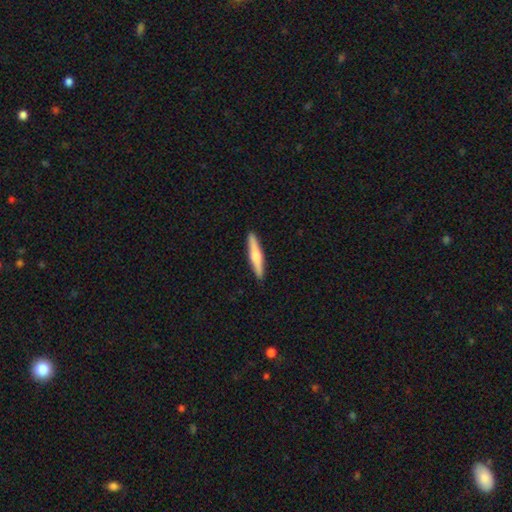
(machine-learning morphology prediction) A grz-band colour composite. It shows a smooth galaxy with no disk features (51%) that is cigar-shaped (91%). Merging: none (92%).